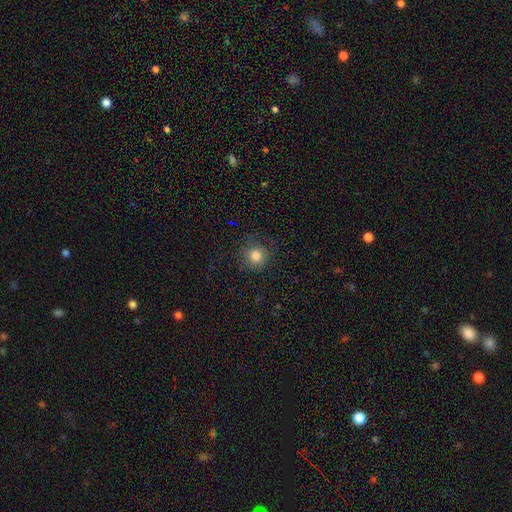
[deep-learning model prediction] Morphology: type=smooth (81%); roundness=round (92%); merging=none (79%).